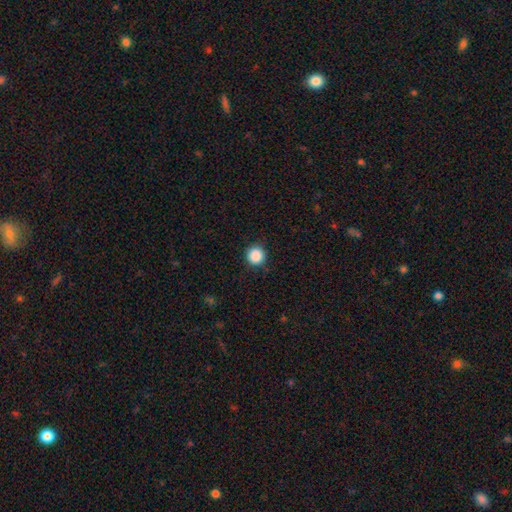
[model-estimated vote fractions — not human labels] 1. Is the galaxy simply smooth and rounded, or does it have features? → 88% smooth, 9% star or artifact, 2% featured or disk.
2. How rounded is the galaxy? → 95% round, 4% in between, 1% cigar-shaped.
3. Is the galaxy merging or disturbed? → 90% none, 7% minor disturbance, 2% major disturbance, 1% merger.